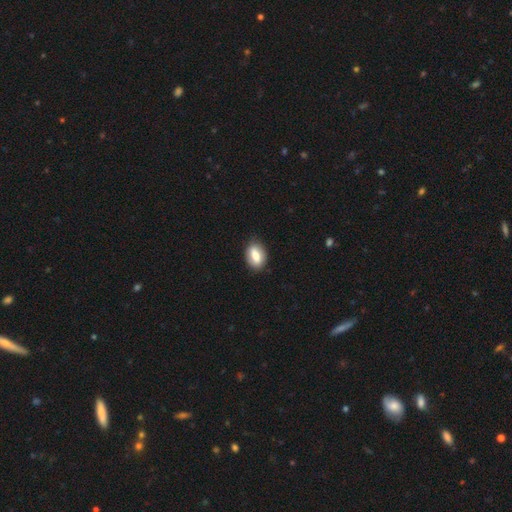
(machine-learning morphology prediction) Smooth or featured?
  - smooth: 75% *
  - featured or disk: 18%
  - star or artifact: 7%
How rounded?
  - in between: 86% *
  - round: 11%
  - cigar-shaped: 3%
Merging?
  - none: 84% *
  - minor disturbance: 12%
  - major disturbance: 3%
  - merger: 1%